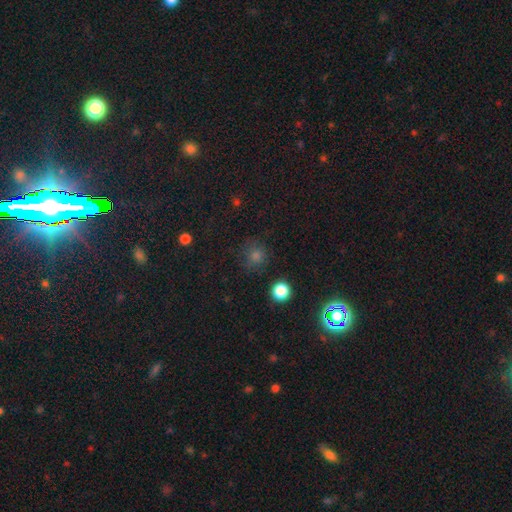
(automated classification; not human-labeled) Overall: smooth (66%; star or artifact 27%). How rounded: round (91%). Merging: none (82%).